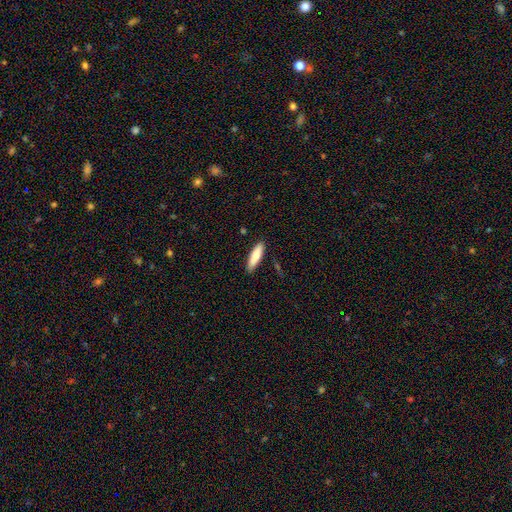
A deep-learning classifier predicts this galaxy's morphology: smooth-or-featured: smooth: 77% | featured or disk: 17% | star or artifact: 6%
  how-rounded: cigar-shaped: 64% | in between: 34% | round: 2%
  merging: none: 87% | minor disturbance: 9% | major disturbance: 2% | merger: 2%